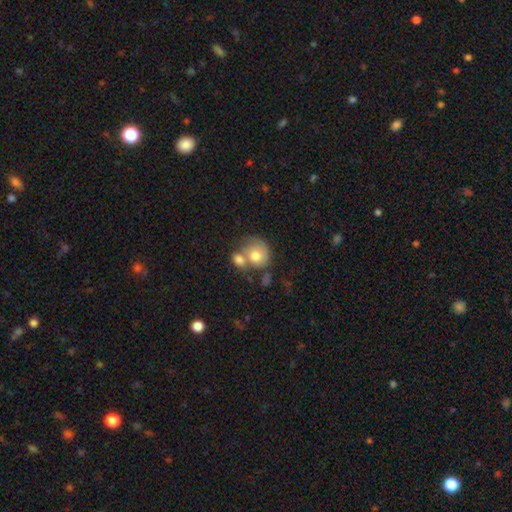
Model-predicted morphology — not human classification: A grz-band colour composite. It shows a smooth galaxy with no disk features (73%) that is round (75%). Merging: merger (54%).